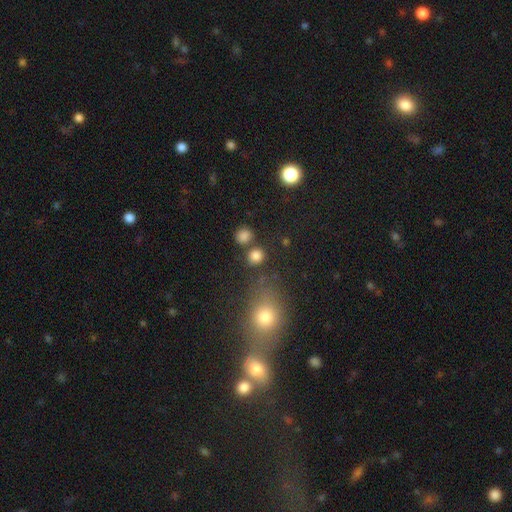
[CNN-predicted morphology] Smooth or featured? Predicted: smooth (p=0.83). How rounded? Predicted: round (p=0.84). Merging? Predicted: none (p=0.76).